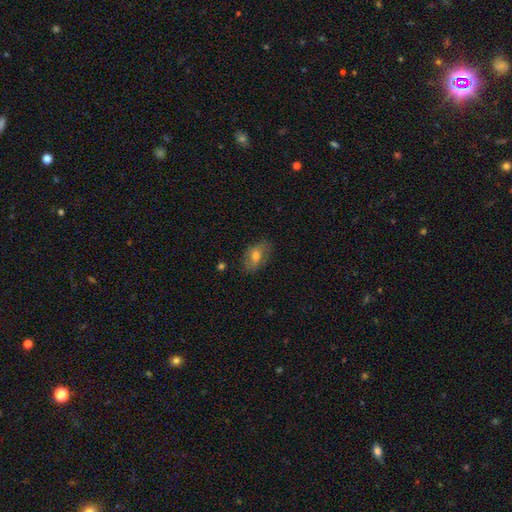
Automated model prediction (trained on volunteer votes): Overall: smooth (60%; featured or disk 30%). How rounded: in between (85%). Merging: none (76%).